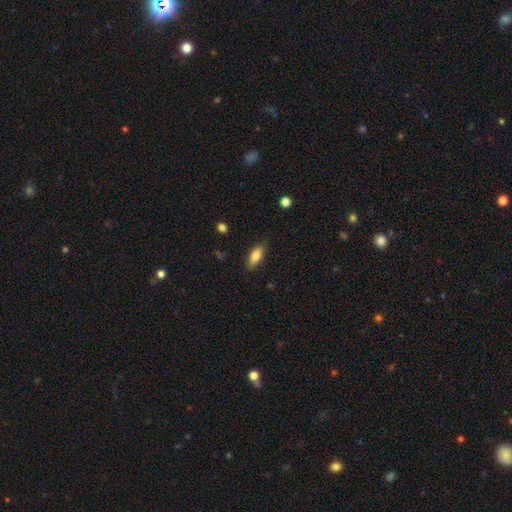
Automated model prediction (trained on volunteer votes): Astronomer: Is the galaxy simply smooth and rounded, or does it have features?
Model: smooth — 81%.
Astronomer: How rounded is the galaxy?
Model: in between — 78%.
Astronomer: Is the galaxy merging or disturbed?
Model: none — 82%.